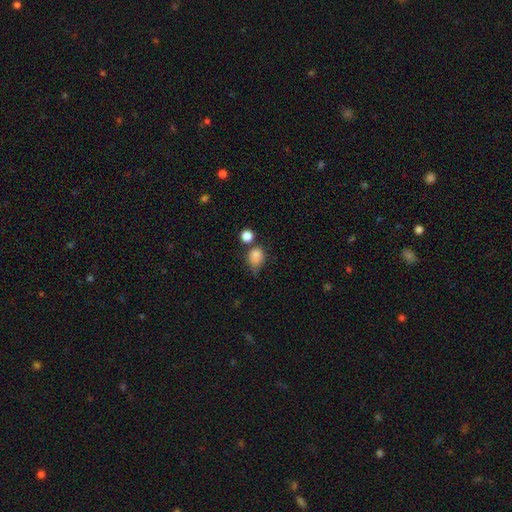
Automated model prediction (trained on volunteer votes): Smooth or featured: smooth — 82% (star or artifact — 12%)
How rounded: round — 60% (in between — 39%)
Merging: none — 45% (minor disturbance — 27%)